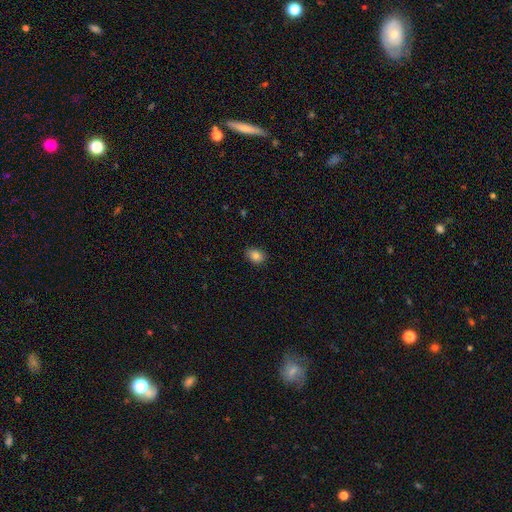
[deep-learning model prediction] Overall: smooth (84%). How rounded: in between (68%; round 31%). Merging: none (86%).